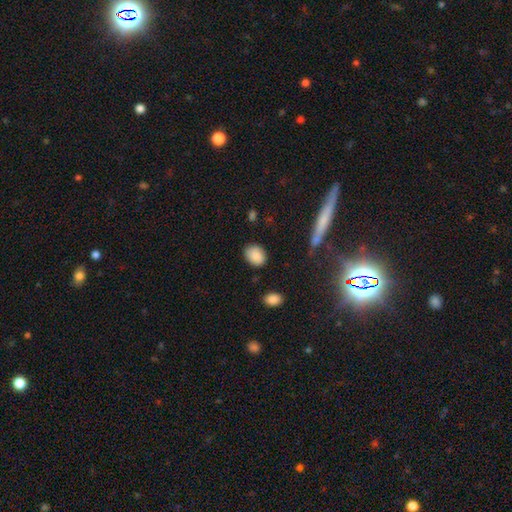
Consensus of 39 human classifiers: Morphology: type=smooth (90%); roundness=in between (63%); merging=none (90%).